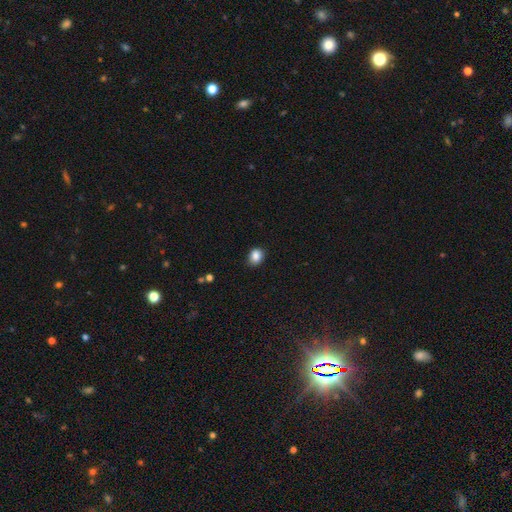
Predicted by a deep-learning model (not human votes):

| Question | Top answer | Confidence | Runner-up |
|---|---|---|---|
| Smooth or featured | smooth | 86% | star or artifact (10%) |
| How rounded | round | 53% | in between (46%) |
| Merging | none | 84% | minor disturbance (12%) |